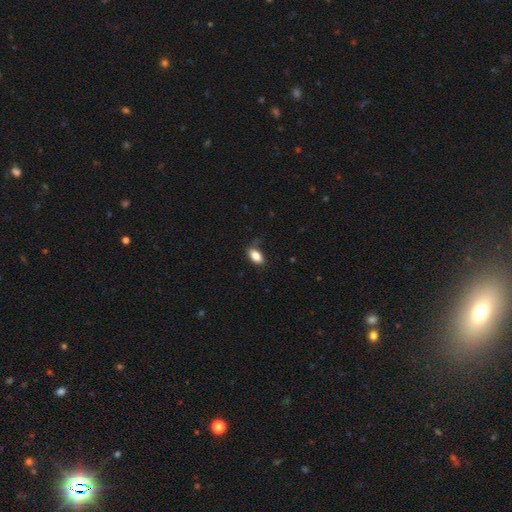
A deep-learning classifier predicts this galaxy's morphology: Smooth or featured?
  - smooth: 85% *
  - star or artifact: 8%
  - featured or disk: 7%
How rounded?
  - in between: 90% *
  - round: 6%
  - cigar-shaped: 4%
Merging?
  - none: 73% *
  - minor disturbance: 21%
  - major disturbance: 5%
  - merger: 2%